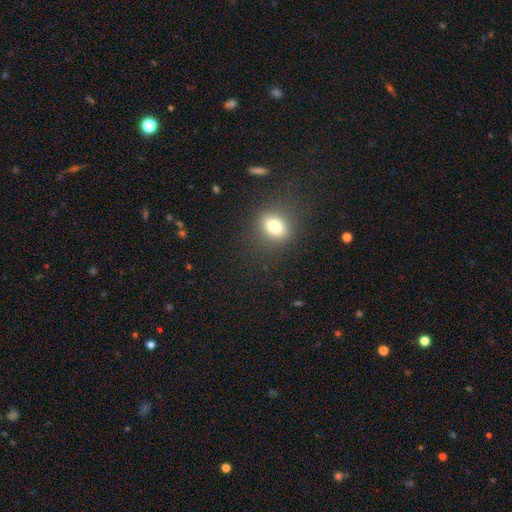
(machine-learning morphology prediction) Smooth or featured?
  - smooth: 65% *
  - star or artifact: 24%
  - featured or disk: 12%
How rounded?
  - round: 57% *
  - in between: 40%
  - cigar-shaped: 3%
Merging?
  - none: 86% *
  - minor disturbance: 9%
  - major disturbance: 3%
  - merger: 1%